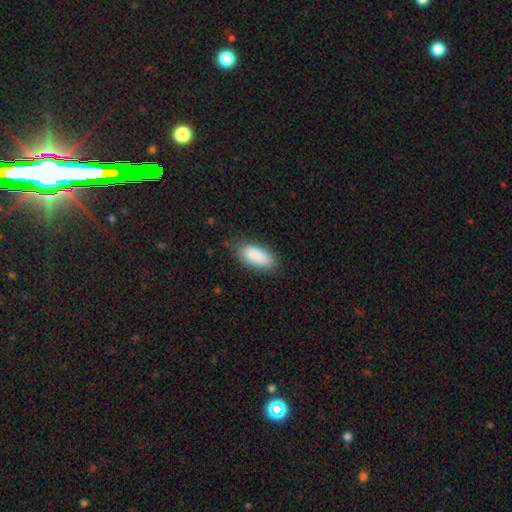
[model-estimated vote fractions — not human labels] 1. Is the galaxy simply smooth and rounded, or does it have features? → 88% smooth, 7% star or artifact, 5% featured or disk.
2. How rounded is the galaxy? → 85% in between, 13% cigar-shaped, 2% round.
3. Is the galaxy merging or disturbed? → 80% none, 15% minor disturbance, 3% major disturbance, 1% merger.